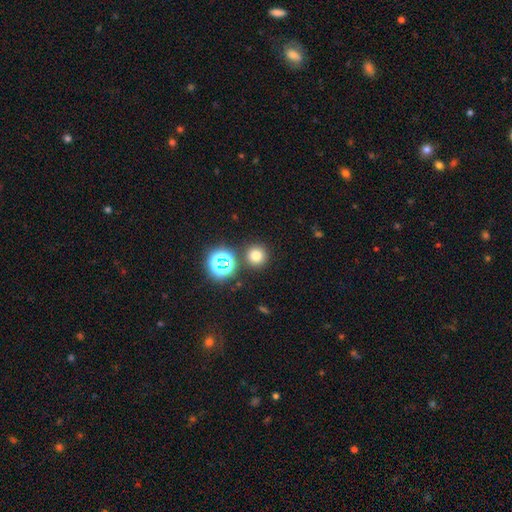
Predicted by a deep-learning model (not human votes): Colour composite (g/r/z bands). It shows a smooth galaxy with no disk features (72%) that is round (94%). Merging: none (85%).